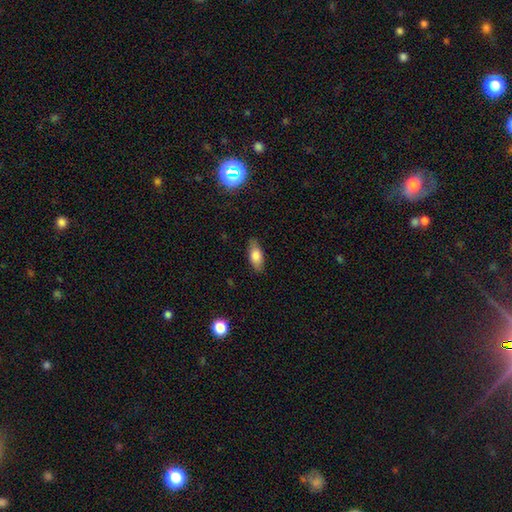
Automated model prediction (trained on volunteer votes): Smooth or featured? Predicted: smooth (p=0.77). How rounded? Predicted: in between (p=0.82). Merging? Predicted: none (p=0.84).